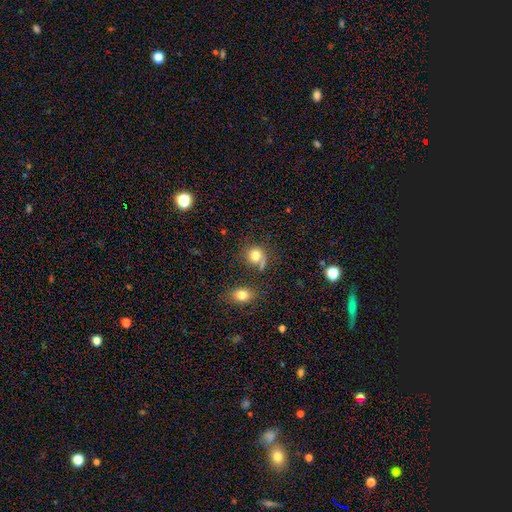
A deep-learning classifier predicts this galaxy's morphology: The model was most divided on "merging": none: 63%, merger: 15%, minor disturbance: 15%, major disturbance: 7%. More confident: how rounded — round (81%); smooth or featured — smooth (79%).